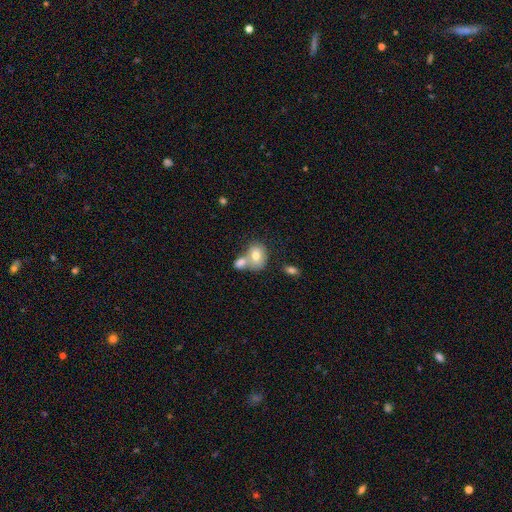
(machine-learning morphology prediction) Smooth or featured? smooth (74%)
How rounded? in between (57%)
Merging? merger (56%)